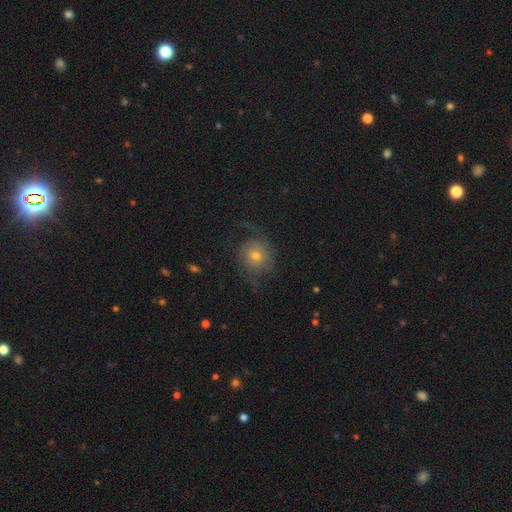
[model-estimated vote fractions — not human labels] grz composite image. It shows a featured or disk galaxy (56%) with no bar (78%), spiral arms (82%) and a small central bulge (48%). Merging: none (58%).